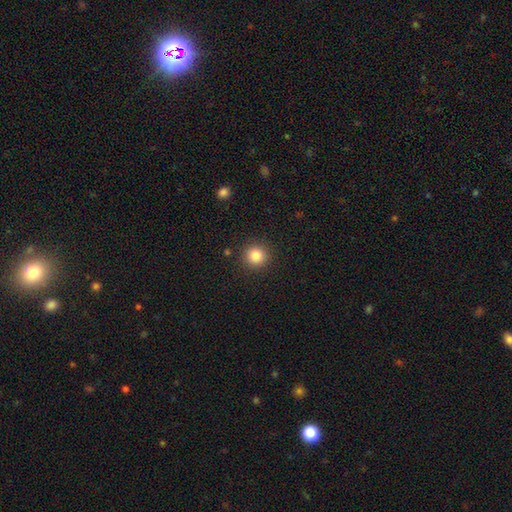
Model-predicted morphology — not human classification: Smooth or featured: smooth — 83% (star or artifact — 11%)
How rounded: round — 94% (in between — 5%)
Merging: none — 91% (minor disturbance — 6%)